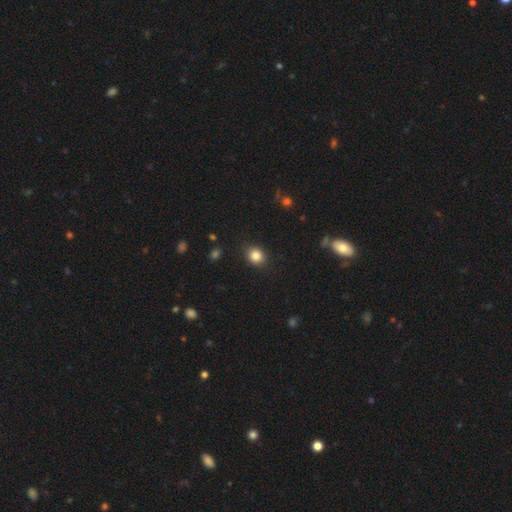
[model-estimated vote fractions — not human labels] A smooth galaxy with no disk features (84%) that is round (71%).

Vote fractions:
- Smooth or featured? smooth: 84% / star or artifact: 11% / featured or disk: 5%
- How rounded? round: 71% / in between: 28% / cigar-shaped: 1%
- Merging? none: 88% / minor disturbance: 9% / major disturbance: 2% / merger: 1%